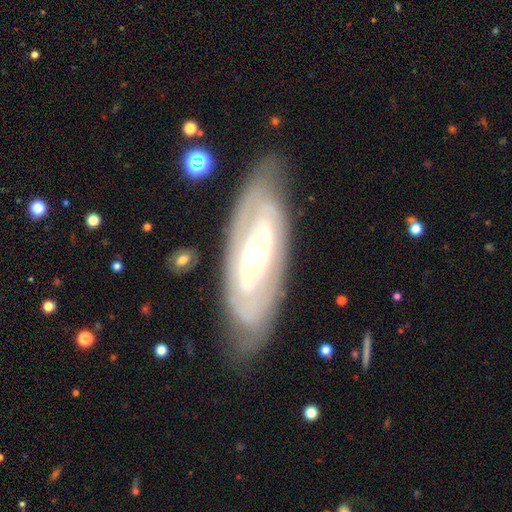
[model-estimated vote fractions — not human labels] A featured or disk galaxy (81%) with no bar (55%), tight (68%) spiral arms (76%) and a moderate central bulge (59%).

Vote fractions:
- Smooth or featured? featured or disk: 81% / smooth: 14% / star or artifact: 5%
- Edge-on disk? no: 87% / yes: 13%
- Bar? no: 55% / weak: 28% / strong: 17%
- Spiral arms? yes: 76% / no: 24%
- Spiral winding? tight: 68% / medium: 24% / loose: 7%
- Spiral arm count? can't tell: 43% / 2: 42% / 3: 6% / 1: 3% / 4: 3% / more than 4: 3%
- Bulge size? moderate: 59% / small: 32% / large: 7% / dominant: 1% / none: 1%
- Merging? none: 79% / minor disturbance: 14% / major disturbance: 5% / merger: 2%